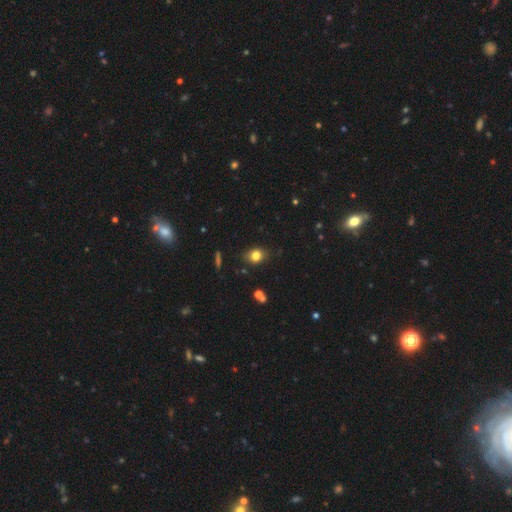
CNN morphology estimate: Overall: smooth (80%). How rounded: round (51%; in between 48%). Merging: none (81%).